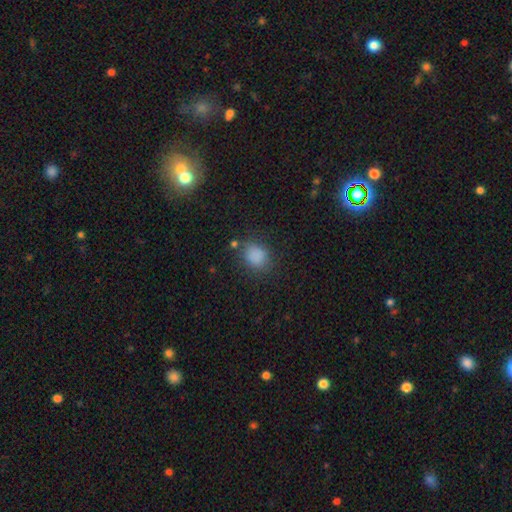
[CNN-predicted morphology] This is clearly a smooth galaxy (82%). How rounded: possibly round (55%). Merging: likely none (72%).